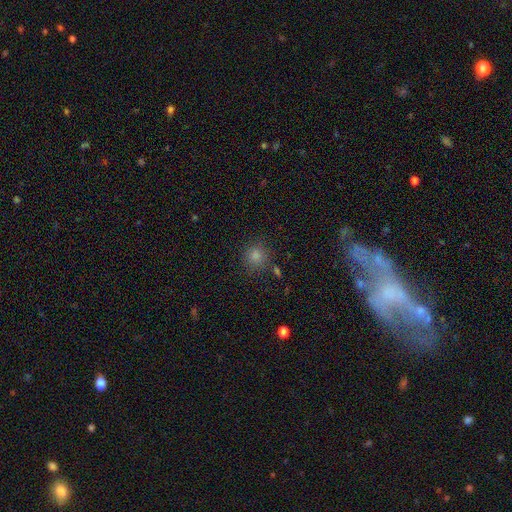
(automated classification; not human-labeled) This appears to be a smooth galaxy with no disk features (69%) that is round (92%). Merging: none (84%).